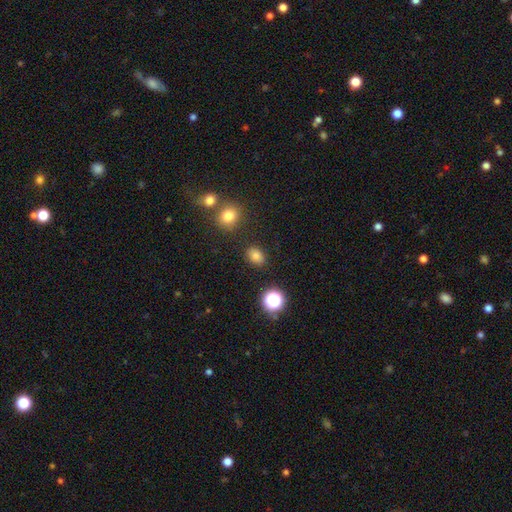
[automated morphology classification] This appears to be a smooth galaxy with no disk features (79%) that is in between round and cigar-shaped (63%). Merging: none (85%).